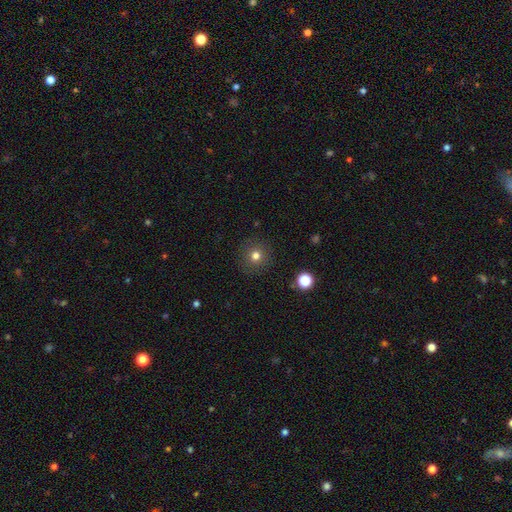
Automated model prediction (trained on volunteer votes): The model was most divided on "smooth or featured": smooth: 77%, star or artifact: 15%, featured or disk: 8%. More confident: how rounded — round (94%); merging — none (90%).